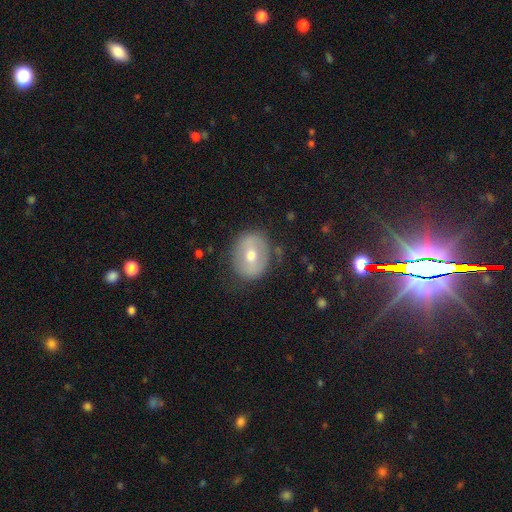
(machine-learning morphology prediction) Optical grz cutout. It shows a featured or disk galaxy (41%). Merging: none (78%).